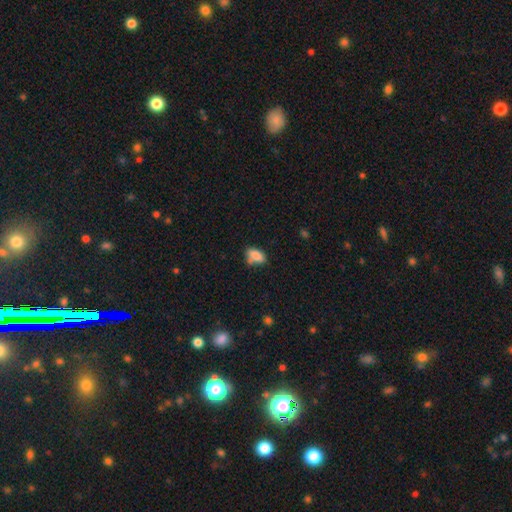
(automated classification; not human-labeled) smooth_or_featured: smooth (p=0.82) [alt: featured or disk p=0.09]
how_rounded: in between (p=0.88) [alt: round p=0.06]
merging: none (p=0.56) [alt: minor disturbance p=0.23]